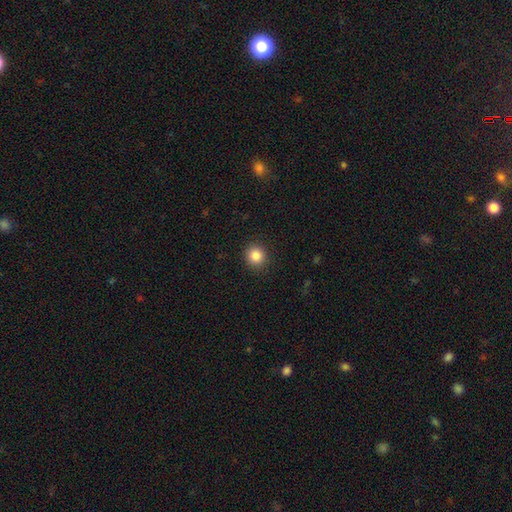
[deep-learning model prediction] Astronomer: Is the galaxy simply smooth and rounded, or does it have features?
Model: smooth — 85%.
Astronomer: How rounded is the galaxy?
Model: round — 91%.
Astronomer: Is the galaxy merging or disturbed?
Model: none — 91%.